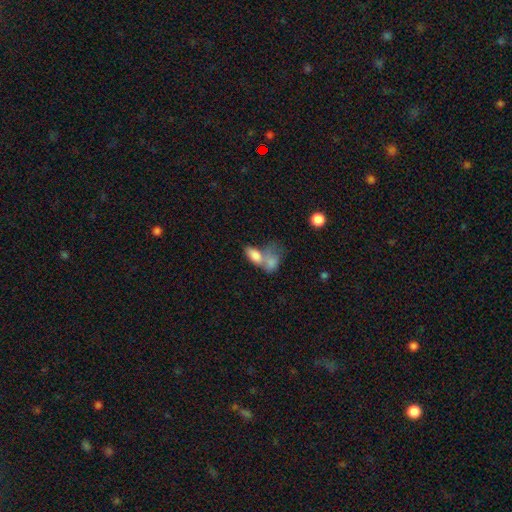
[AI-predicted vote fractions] Smooth or featured? smooth (78%)
How rounded? in between (89%)
Merging? merger (64%)